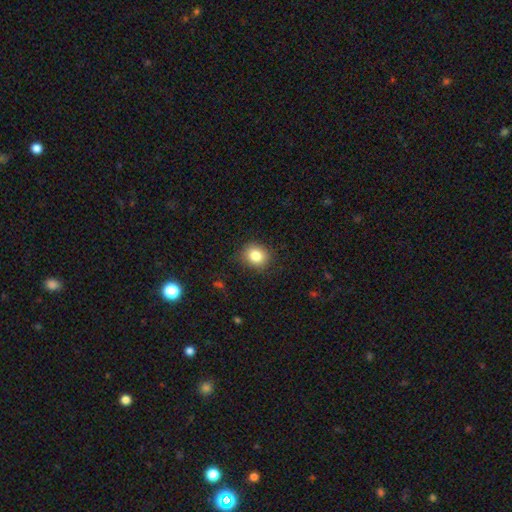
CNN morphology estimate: Smooth or featured?
  - smooth: 84% *
  - star or artifact: 10%
  - featured or disk: 6%
How rounded?
  - round: 71% *
  - in between: 28%
  - cigar-shaped: 1%
Merging?
  - none: 85% *
  - minor disturbance: 11%
  - major disturbance: 3%
  - merger: 1%